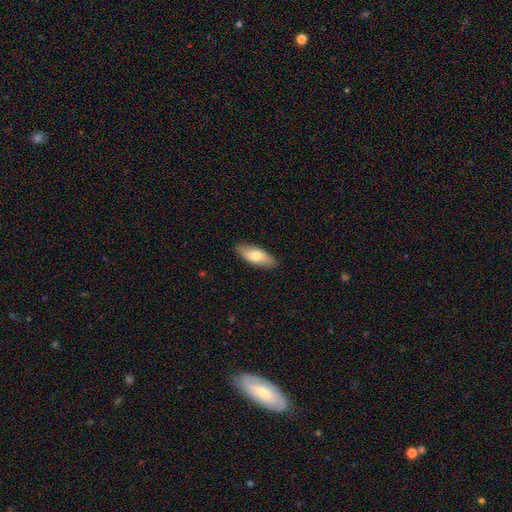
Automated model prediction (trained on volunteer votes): The model was most divided on "smooth or featured": smooth: 71%, featured or disk: 23%, star or artifact: 6%. More confident: merging — none (88%); how rounded — in between (75%).